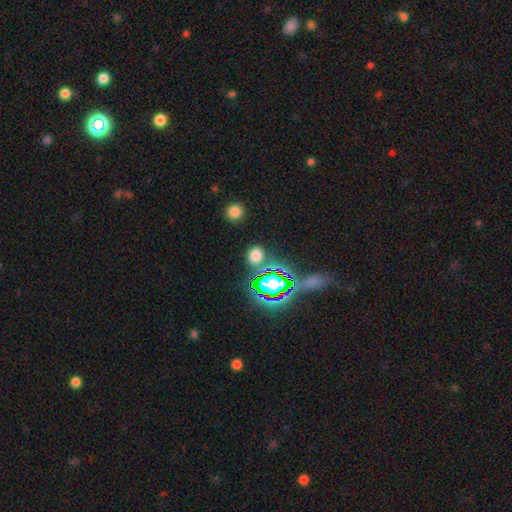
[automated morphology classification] This appears to be a smooth galaxy with no disk features (63%) that is round (71%). Merging: none (80%).